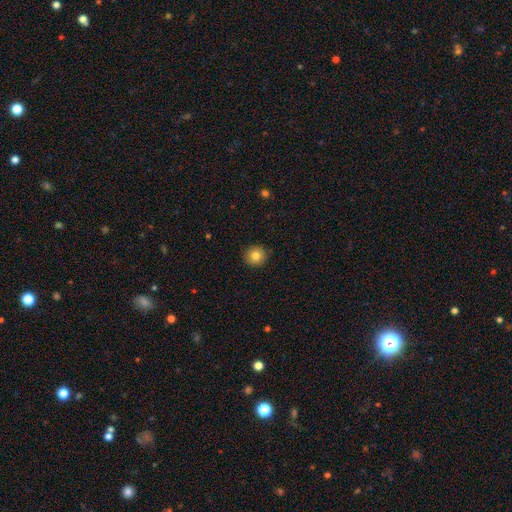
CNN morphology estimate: smooth_or_featured: smooth (p=0.82) [alt: star or artifact p=0.09]
how_rounded: round (p=0.93) [alt: in between p=0.06]
merging: none (p=0.91) [alt: minor disturbance p=0.06]